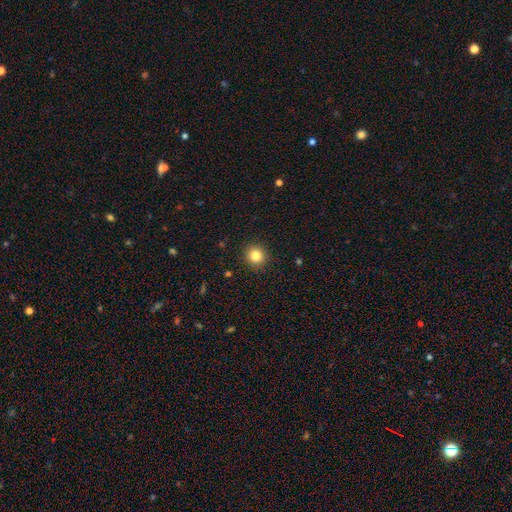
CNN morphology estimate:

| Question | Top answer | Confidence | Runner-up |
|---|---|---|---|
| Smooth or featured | smooth | 83% | star or artifact (11%) |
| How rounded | round | 92% | in between (7%) |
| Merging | none | 92% | minor disturbance (5%) |